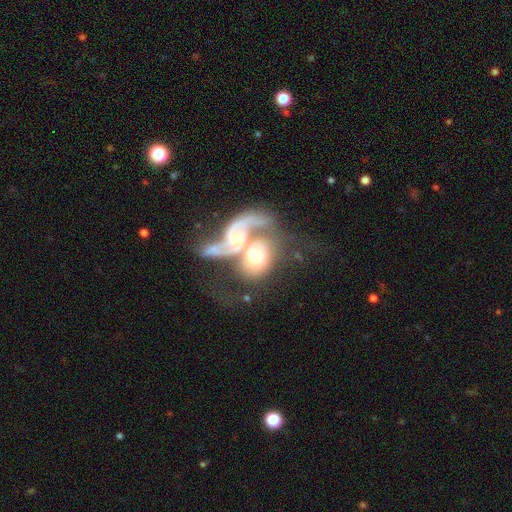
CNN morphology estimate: A featured or disk galaxy (77%) with no bar (64%), 2 (69%) loose (48%) spiral arms (84%) and a moderate central bulge (58%).

Vote fractions:
- Smooth or featured? featured or disk: 77% / smooth: 17% / star or artifact: 6%
- Edge-on disk? no: 96% / yes: 4%
- Bar? no: 64% / weak: 26% / strong: 10%
- Spiral arms? yes: 84% / no: 16%
- Spiral winding? loose: 48% / medium: 37% / tight: 15%
- Spiral arm count? 2: 69% / can't tell: 13% / 1: 11% / 3: 3% / 4: 2% / more than 4: 1%
- Bulge size? moderate: 58% / small: 29% / large: 8% / none: 3% / dominant: 2%
- Merging? merger: 77% / major disturbance: 10% / none: 8% / minor disturbance: 5%